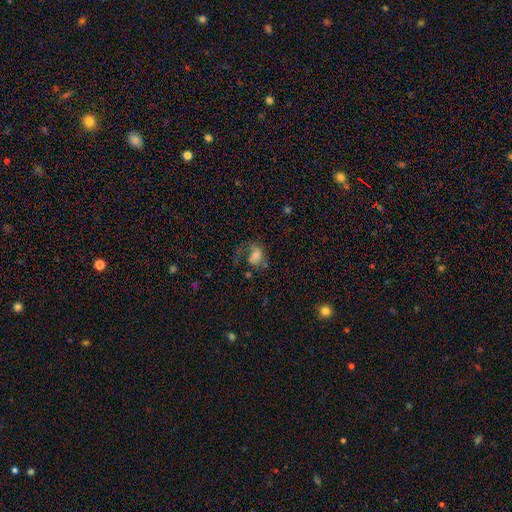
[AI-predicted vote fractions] Smooth or featured: smooth — 46% (featured or disk — 42%)
Merging: major disturbance — 47% (none — 28%)